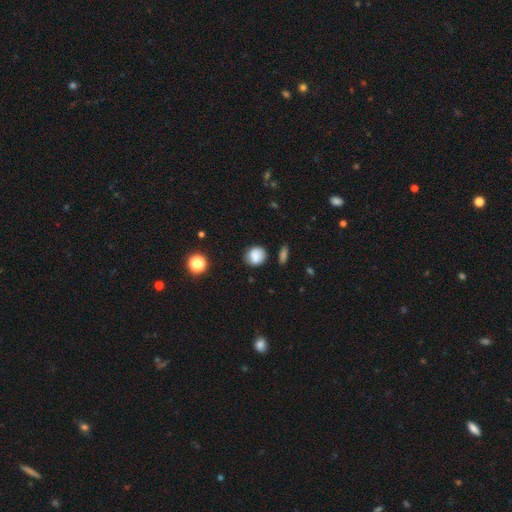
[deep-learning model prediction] Smooth or featured?
  - smooth: 82% *
  - star or artifact: 10%
  - featured or disk: 8%
How rounded?
  - round: 80% *
  - in between: 18%
  - cigar-shaped: 1%
Merging?
  - none: 73% *
  - minor disturbance: 18%
  - major disturbance: 4%
  - merger: 4%